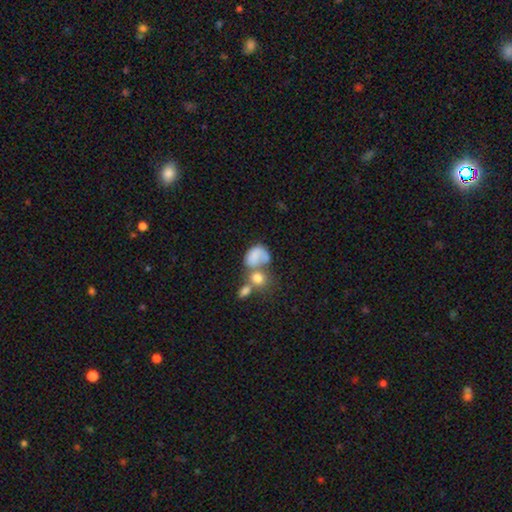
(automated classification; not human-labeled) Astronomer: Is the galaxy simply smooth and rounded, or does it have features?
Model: smooth — 65%.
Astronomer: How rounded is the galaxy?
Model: in between — 64%.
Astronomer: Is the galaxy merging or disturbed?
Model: merger — 50%.